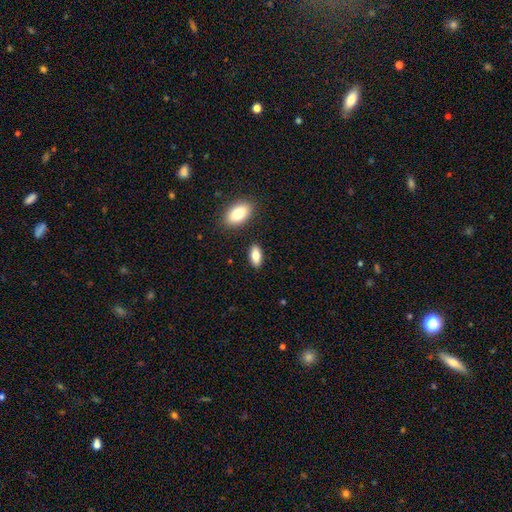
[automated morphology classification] Smooth or featured? smooth (81%)
How rounded? in between (89%)
Merging? none (86%)